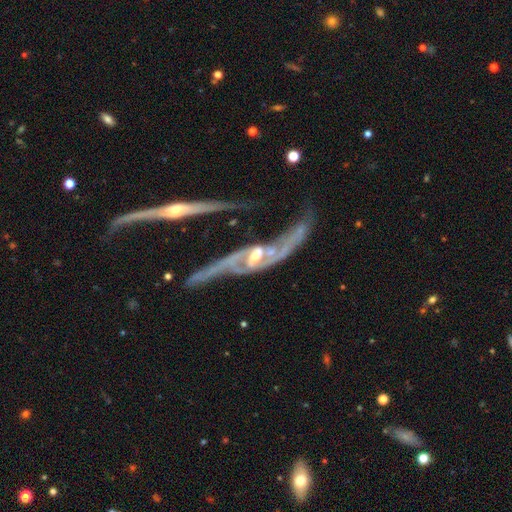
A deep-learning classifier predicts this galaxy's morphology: smooth-or-featured: featured or disk: 89% | smooth: 7% | star or artifact: 5%
  disk-edge-on: no: 85% | yes: 15%
    bar: weak: 44% | strong: 30% | no: 26%
    has-spiral-arms: yes: 90% | no: 10%
      spiral-winding: loose: 68% | medium: 22% | tight: 10%
      spiral-arm-count: 2: 89% | can't tell: 4% | 1: 3% | 3: 2% | 4: 1% | more than 4: 1%
    bulge-size: moderate: 54% | small: 36% | large: 5% | none: 4% | dominant: 2%
  merging: none: 34% | major disturbance: 27% | merger: 22% | minor disturbance: 18%